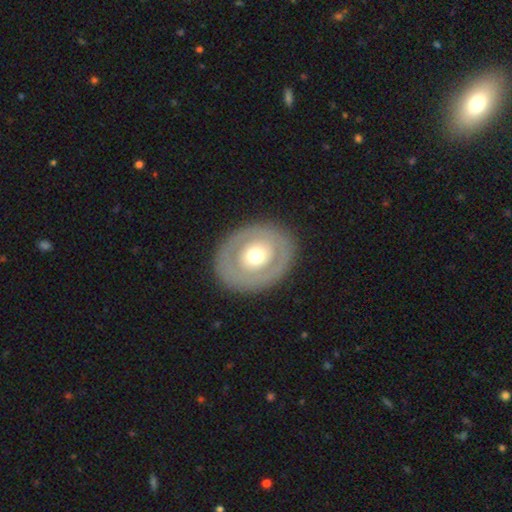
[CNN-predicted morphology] Smooth or featured? featured or disk (52%)
Edge-on disk? no (94%)
Merging? none (85%)